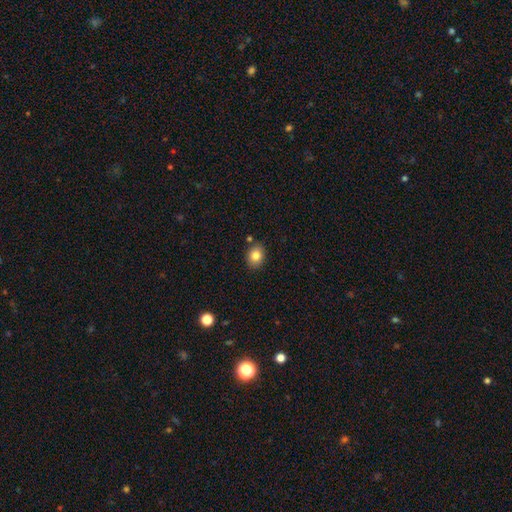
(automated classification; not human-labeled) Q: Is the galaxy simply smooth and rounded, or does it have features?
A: smooth — 82%.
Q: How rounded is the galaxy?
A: round — 50%.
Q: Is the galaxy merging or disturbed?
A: none — 84%.